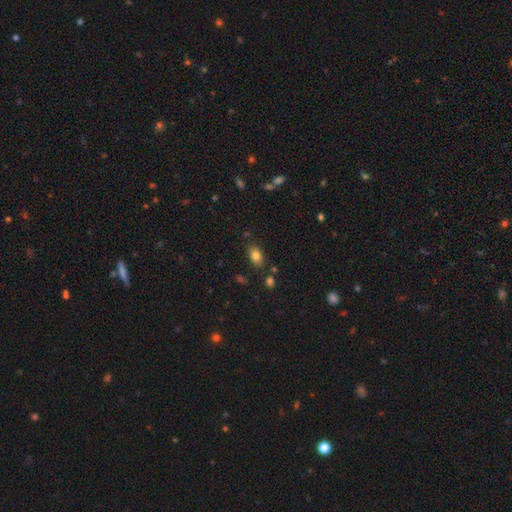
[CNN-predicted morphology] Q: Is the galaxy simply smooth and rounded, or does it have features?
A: smooth — 81%.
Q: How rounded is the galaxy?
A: in between — 86%.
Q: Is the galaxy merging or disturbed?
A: none — 80%.